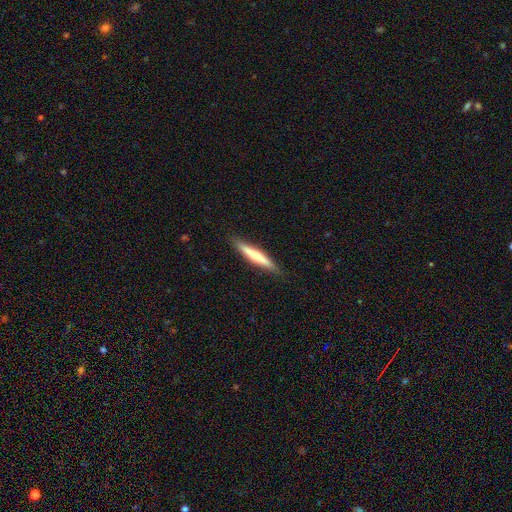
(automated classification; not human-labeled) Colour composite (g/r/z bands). It shows a smooth galaxy with no disk features (56%) that is cigar-shaped (93%). Merging: none (87%).